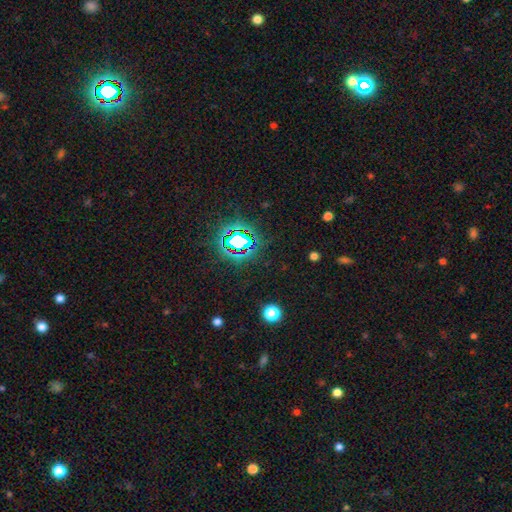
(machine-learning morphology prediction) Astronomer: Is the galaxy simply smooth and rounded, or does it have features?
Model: star or artifact — 79%.